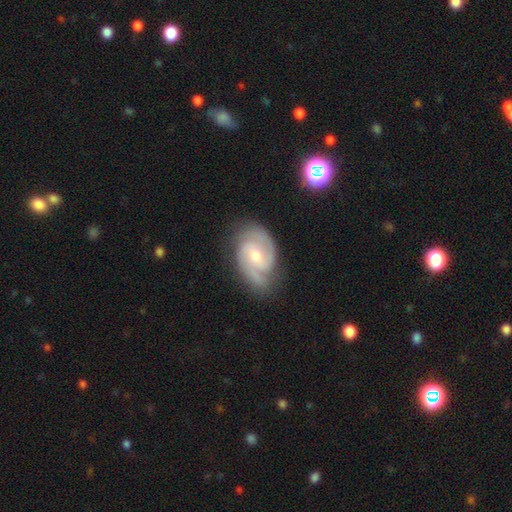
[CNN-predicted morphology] This appears to be a featured or disk galaxy (87%) with a weak bar (45%, tied with no), 2 (66%) medium (48%) spiral arms (97%) and a small central bulge (50%). Merging: none (75%).